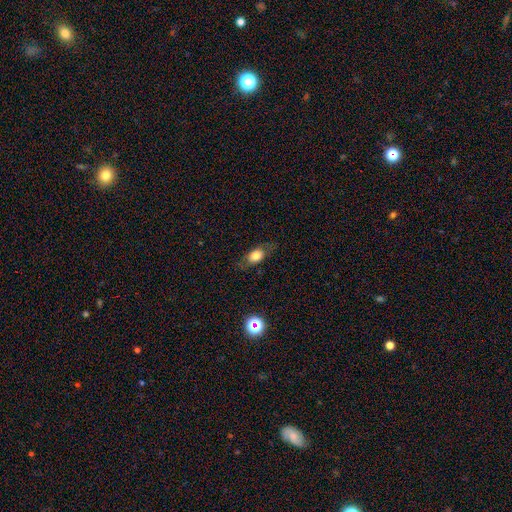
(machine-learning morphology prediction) This is likely a smooth galaxy (68%). How rounded: likely in between (73%). Merging: likely none (76%).